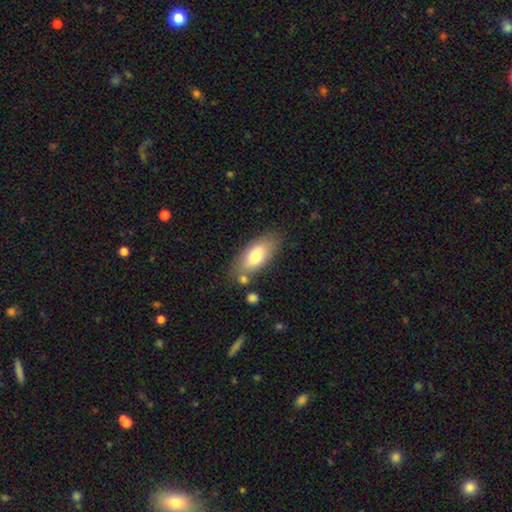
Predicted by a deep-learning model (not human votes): smooth 75%, featured or disk 18%, star or artifact 7%. Down the decision tree: how rounded — in between (86%); merging — none (72%).